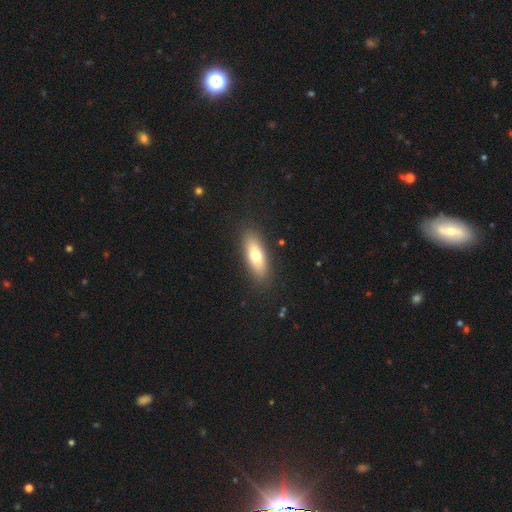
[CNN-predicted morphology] The model was most divided on "how rounded": in between: 63%, cigar-shaped: 34%, round: 3%. More confident: merging — none (87%); smooth or featured — smooth (68%).